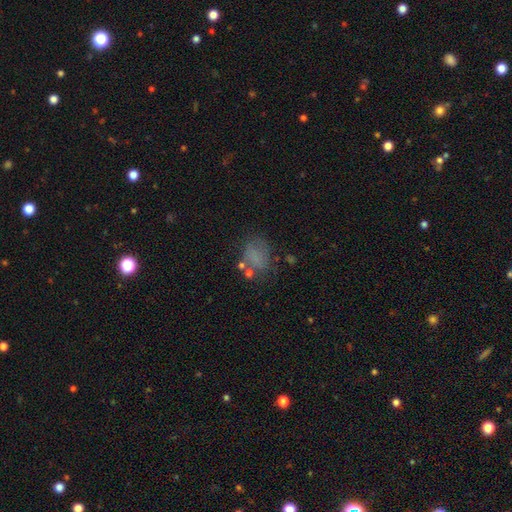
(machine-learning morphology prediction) The model was most divided on "how rounded": in between: 56%, round: 43%, cigar-shaped: 1%. More confident: smooth or featured — smooth (62%); merging — none (55%).